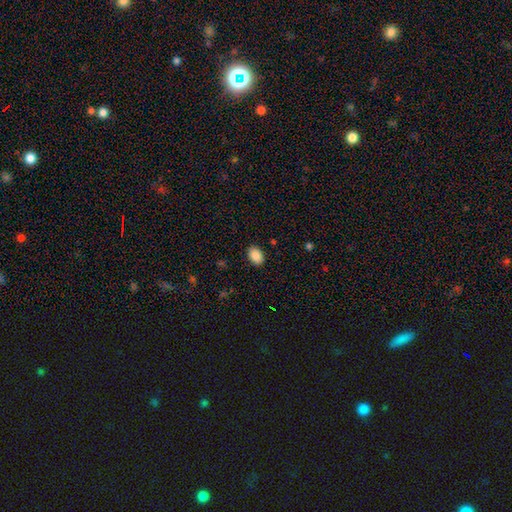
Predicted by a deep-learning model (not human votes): Smooth or featured: smooth — 89% (star or artifact — 8%)
How rounded: in between — 82% (round — 17%)
Merging: none — 88% (minor disturbance — 9%)